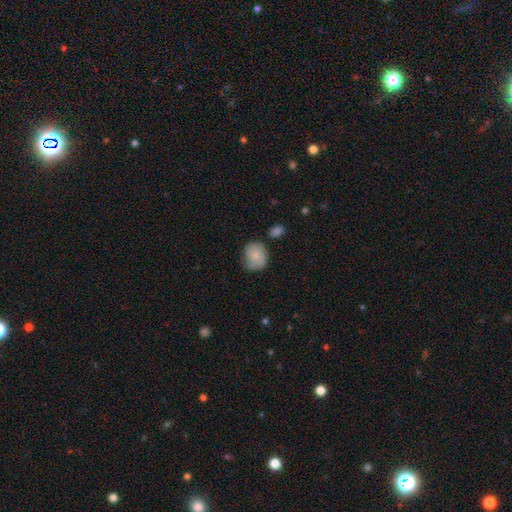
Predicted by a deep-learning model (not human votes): Smooth or featured? Predicted: smooth (p=0.74). How rounded? Predicted: round (p=0.68). Merging? Predicted: none (p=0.56).